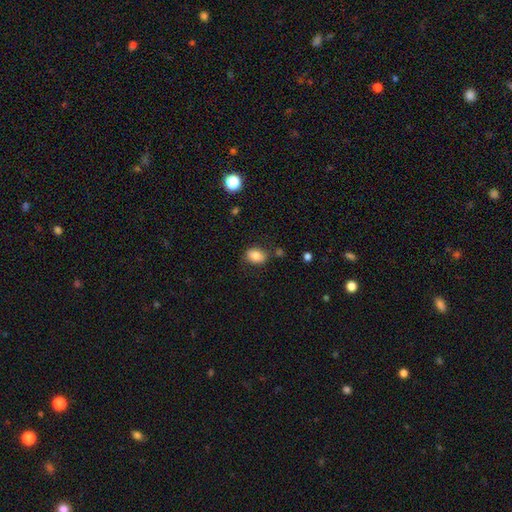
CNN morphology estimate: The model was most divided on "how rounded": in between: 74%, round: 25%, cigar-shaped: 1%. More confident: smooth or featured — smooth (82%); merging — none (77%).